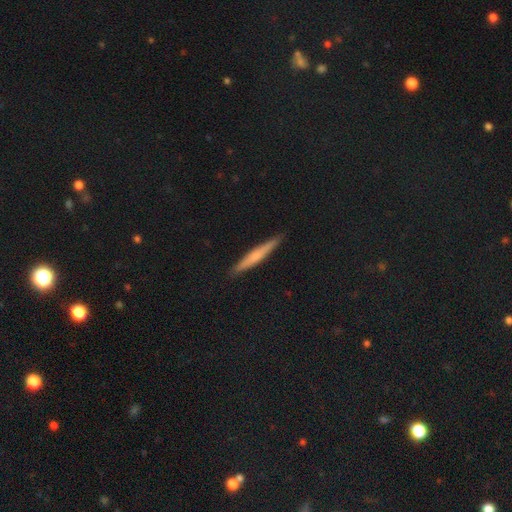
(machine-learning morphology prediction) Smooth or featured? Predicted: smooth (p=0.51). How rounded? Predicted: cigar-shaped (p=0.95). Merging? Predicted: none (p=0.91).